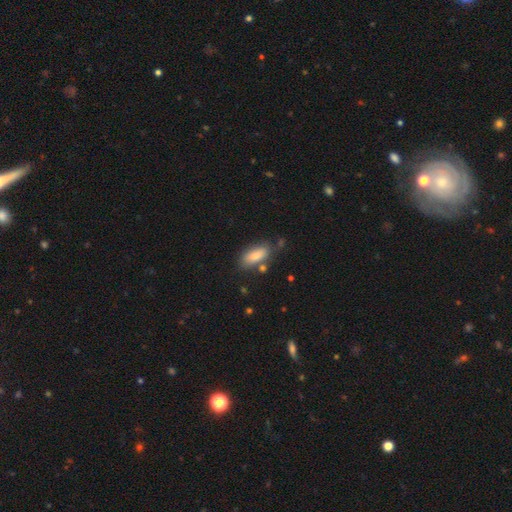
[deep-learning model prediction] This is clearly a smooth galaxy (83%). How rounded: clearly in between (84%). Merging: likely none (71%).